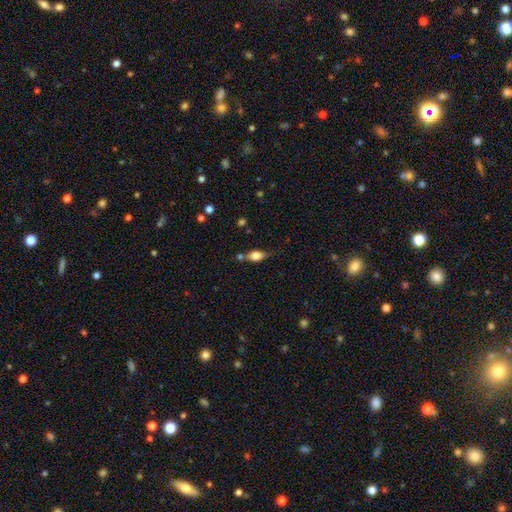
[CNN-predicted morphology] Smooth or featured?
  - smooth: 68% *
  - featured or disk: 23%
  - star or artifact: 9%
How rounded?
  - in between: 81% *
  - cigar-shaped: 11%
  - round: 8%
Merging?
  - none: 60% *
  - minor disturbance: 23%
  - merger: 11%
  - major disturbance: 6%